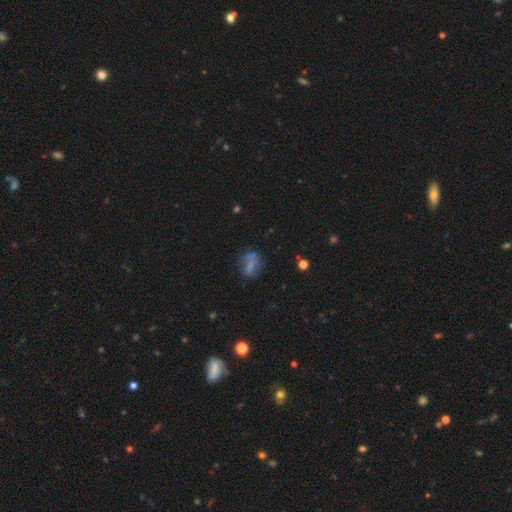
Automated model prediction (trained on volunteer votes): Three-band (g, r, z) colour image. It shows a smooth galaxy with no disk features (50%) that is in between round and cigar-shaped (68%). Merging: none (66%).